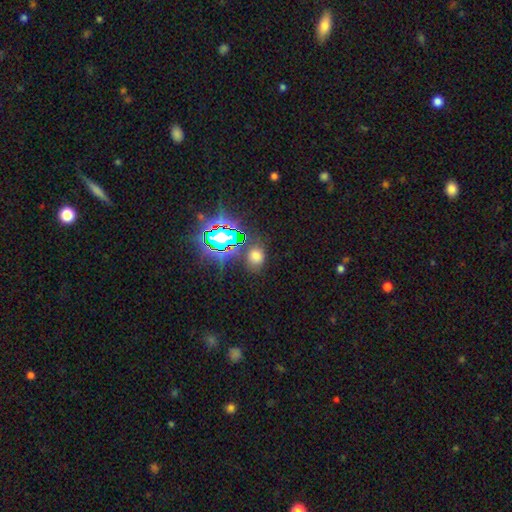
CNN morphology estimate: Smooth or featured? Predicted: smooth (p=0.58). How rounded? Predicted: round (p=0.50). Merging? Predicted: none (p=0.76).